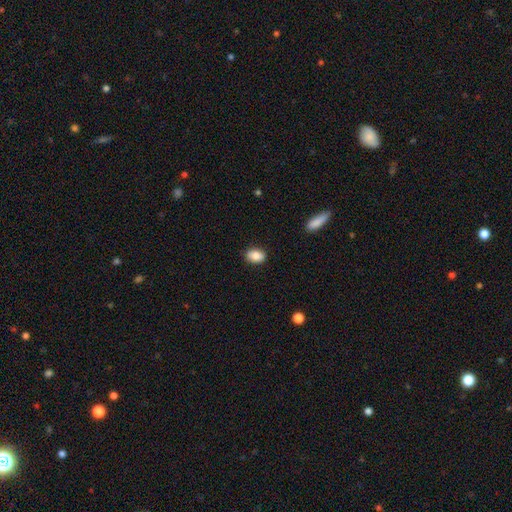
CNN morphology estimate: Smooth or featured?
  - smooth: 85% *
  - star or artifact: 8%
  - featured or disk: 7%
How rounded?
  - in between: 81% *
  - round: 18%
  - cigar-shaped: 1%
Merging?
  - none: 86% *
  - minor disturbance: 11%
  - major disturbance: 2%
  - merger: 1%